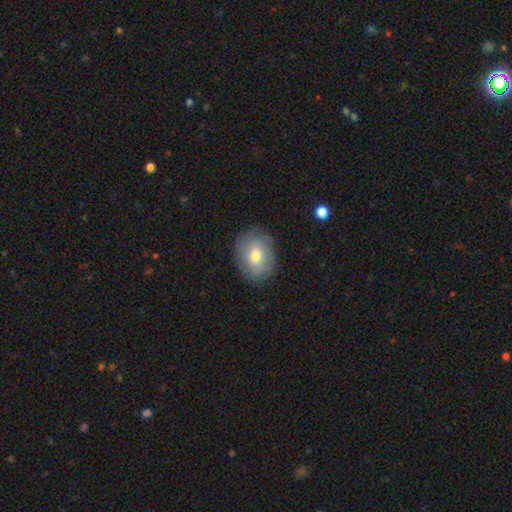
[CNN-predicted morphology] smooth_or_featured: smooth (p=0.70) [alt: featured or disk p=0.22]
how_rounded: in between (p=0.60) [alt: round p=0.39]
merging: none (p=0.84) [alt: minor disturbance p=0.12]